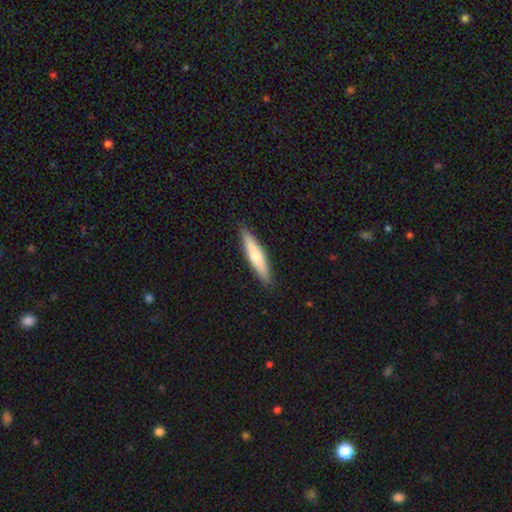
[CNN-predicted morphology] type=smooth (60%); roundness=cigar-shaped (87%); merging=none (90%).